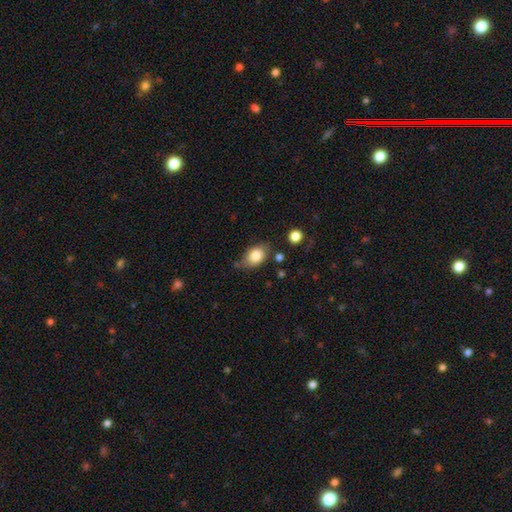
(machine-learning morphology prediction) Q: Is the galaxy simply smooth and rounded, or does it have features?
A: smooth — 83%.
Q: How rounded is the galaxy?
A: in between — 82%.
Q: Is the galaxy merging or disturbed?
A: none — 69%.